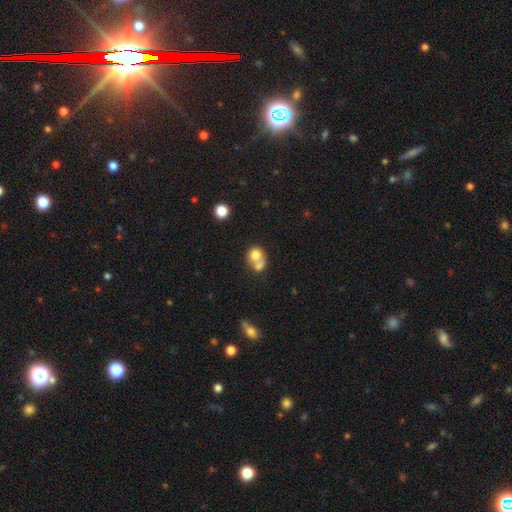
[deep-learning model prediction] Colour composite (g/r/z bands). It shows a smooth galaxy with no disk features (73%) that is round (66%). Merging: merger (65%).